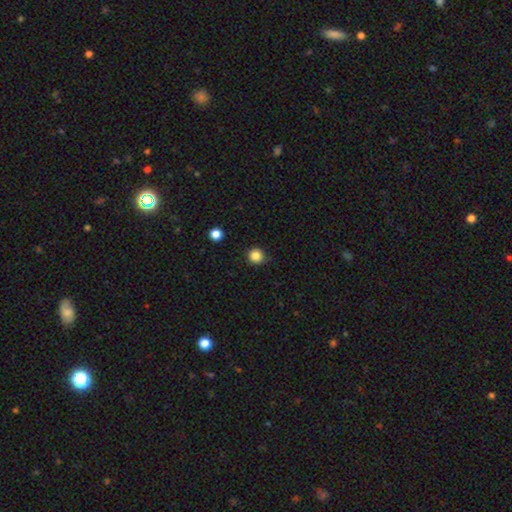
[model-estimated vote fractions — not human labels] smooth-or-featured: smooth: 85% | star or artifact: 12% | featured or disk: 3%
  how-rounded: round: 94% | in between: 5% | cigar-shaped: 1%
  merging: none: 88% | minor disturbance: 9% | major disturbance: 2% | merger: 1%